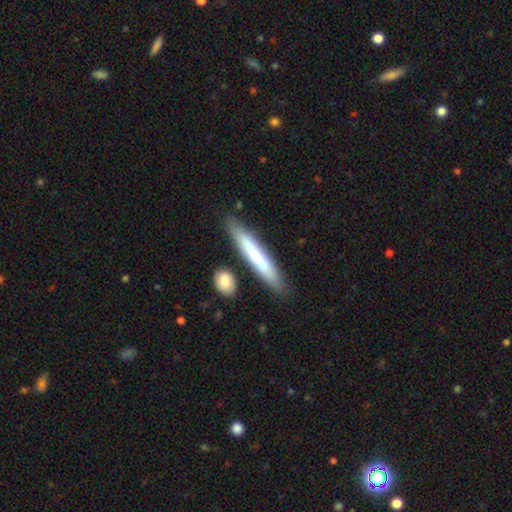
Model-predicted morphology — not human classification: A smooth galaxy with no disk features (64%) that is cigar-shaped (93%).

Vote fractions:
- Smooth or featured? smooth: 64% / featured or disk: 30% / star or artifact: 6%
- How rounded? cigar-shaped: 93% / in between: 6% / round: 1%
- Merging? none: 82% / minor disturbance: 11% / merger: 5% / major disturbance: 2%